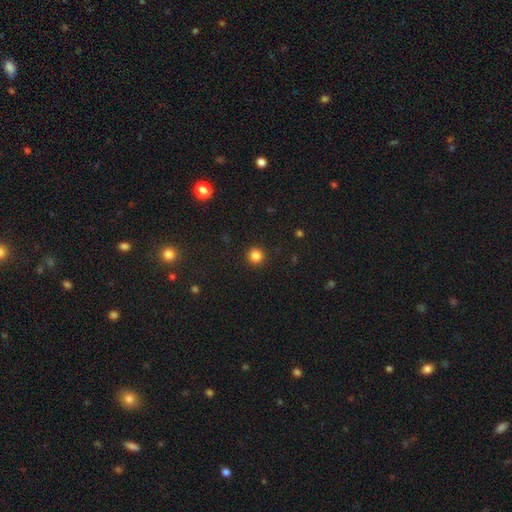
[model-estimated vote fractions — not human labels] Q: Smooth or featured?
A: smooth (84%); runner-up: star or artifact (12%)
Q: How rounded?
A: round (95%); runner-up: in between (4%)
Q: Merging?
A: none (93%); runner-up: minor disturbance (4%)